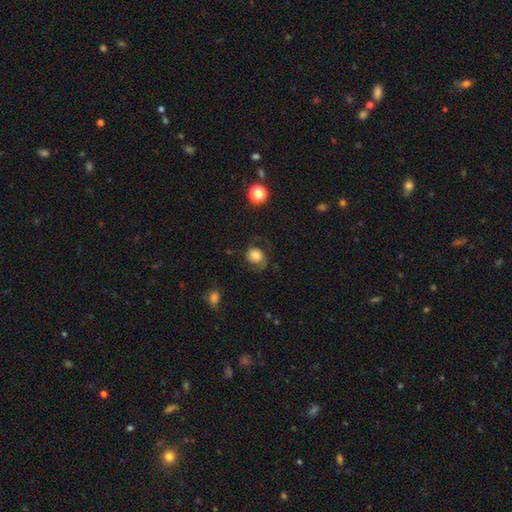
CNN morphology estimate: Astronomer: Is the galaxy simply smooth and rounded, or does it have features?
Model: smooth — 57% (runner-up: featured or disk, 33%).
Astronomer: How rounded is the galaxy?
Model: round — 73%.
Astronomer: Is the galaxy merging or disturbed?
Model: none — 58%.